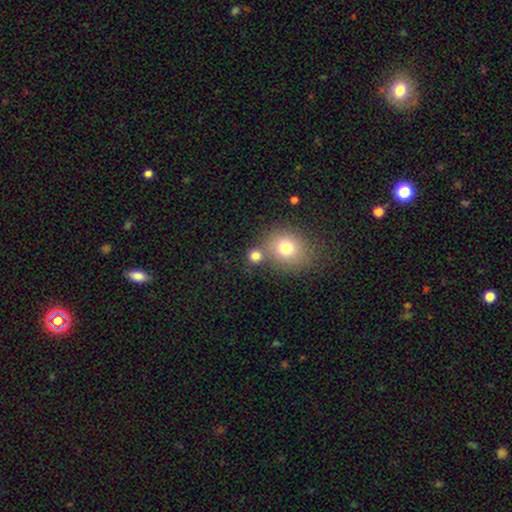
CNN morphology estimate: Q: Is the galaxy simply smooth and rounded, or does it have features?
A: smooth — 79%.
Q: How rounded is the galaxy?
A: round — 84%.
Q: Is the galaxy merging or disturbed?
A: none — 63%.